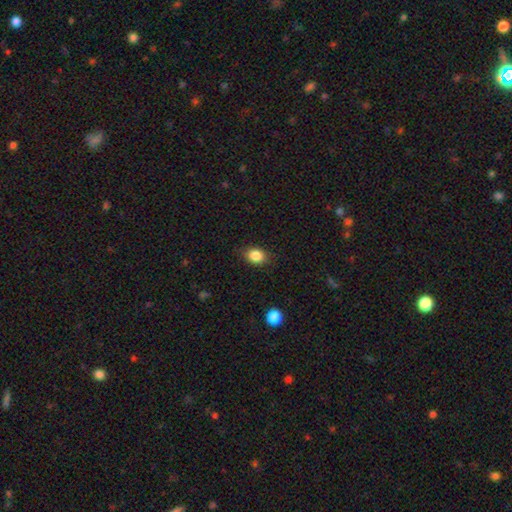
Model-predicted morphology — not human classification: This is clearly a smooth galaxy (86%). How rounded: possibly in between (56%). Merging: clearly none (84%).